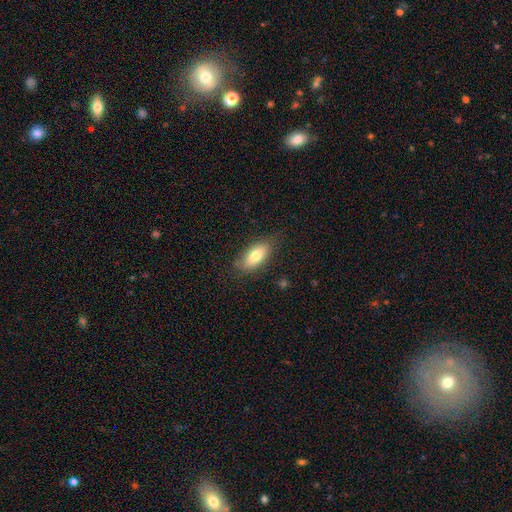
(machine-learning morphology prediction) A smooth galaxy with no disk features (76%) that is in between round and cigar-shaped (85%). Merging: none (80%).